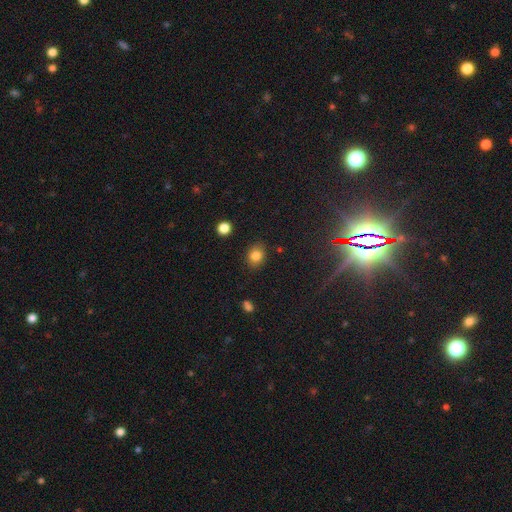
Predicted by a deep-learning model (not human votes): Smooth or featured? Predicted: smooth (p=0.83). How rounded? Predicted: round (p=0.53). Merging? Predicted: none (p=0.85).